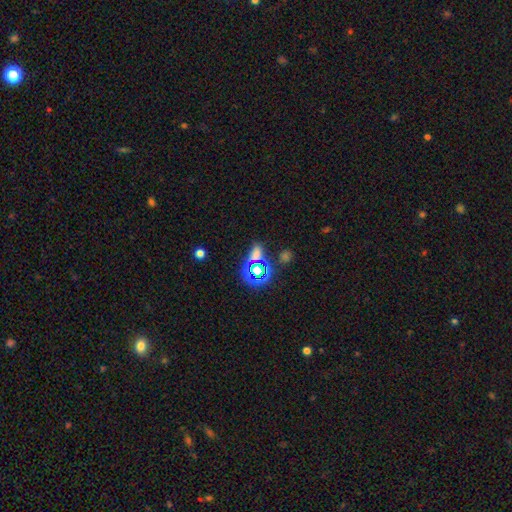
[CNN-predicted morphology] type=star or artifact (56%).